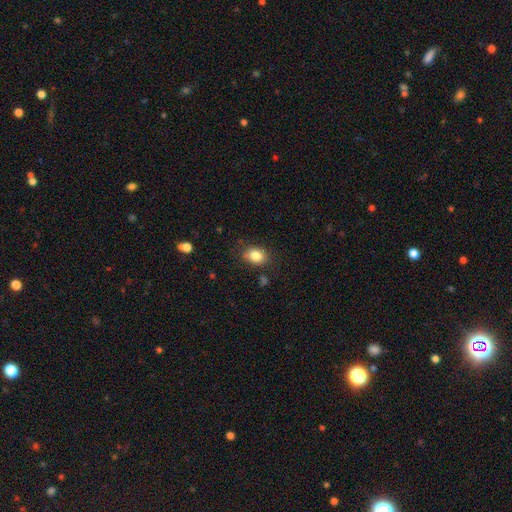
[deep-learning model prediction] This is clearly a smooth galaxy (84%). How rounded: likely in between (63%). Merging: clearly none (81%).